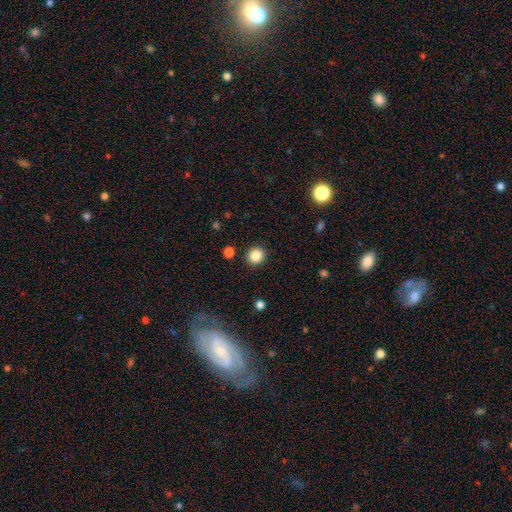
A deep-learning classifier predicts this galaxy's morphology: This appears to be a smooth galaxy with no disk features (85%) that is round (90%). Merging: none (91%).